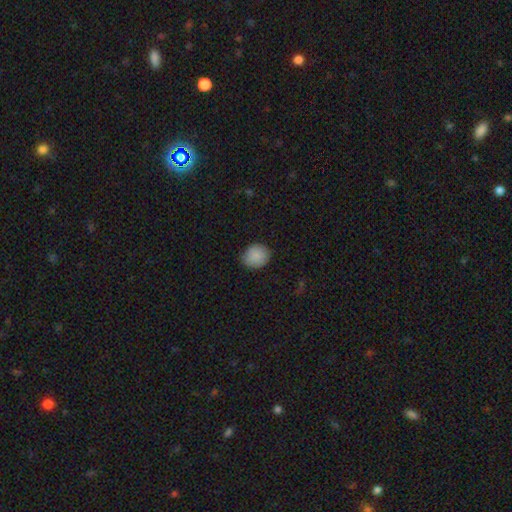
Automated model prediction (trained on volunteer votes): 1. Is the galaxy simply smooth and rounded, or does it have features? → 88% smooth, 7% star or artifact, 4% featured or disk.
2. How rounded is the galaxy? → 70% round, 30% in between, 1% cigar-shaped.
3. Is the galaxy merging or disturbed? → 82% none, 14% minor disturbance, 2% major disturbance, 1% merger.